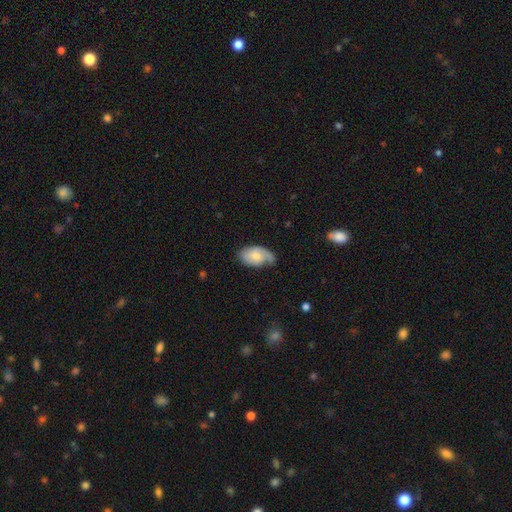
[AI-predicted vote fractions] smooth_or_featured: smooth (p=0.48) [alt: featured or disk p=0.46]
merging: none (p=0.49) [alt: minor disturbance p=0.34]